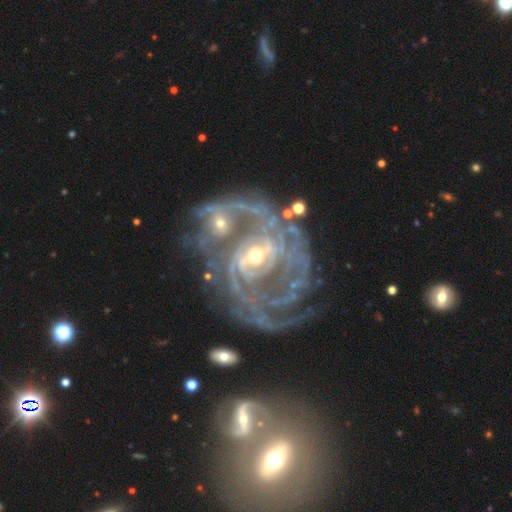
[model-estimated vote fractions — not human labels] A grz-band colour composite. It shows a featured or disk galaxy (90%) with a weak bar (38%), 2 (31%) tight (48%) spiral arms (94%) and a small central bulge (51%). Merging: merger (35%).